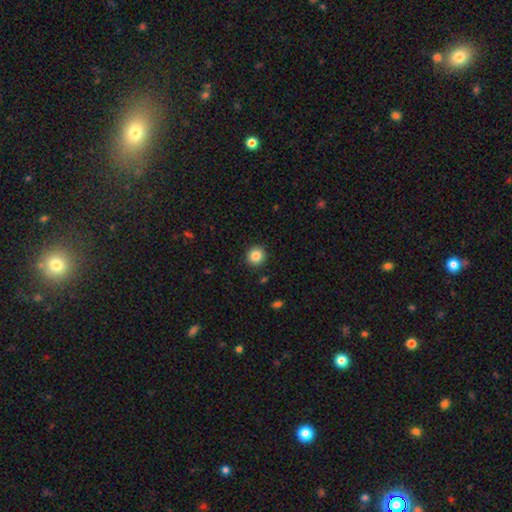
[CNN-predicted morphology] Smooth or featured: smooth — 85% (star or artifact — 10%)
How rounded: round — 91% (in between — 8%)
Merging: none — 91% (minor disturbance — 6%)